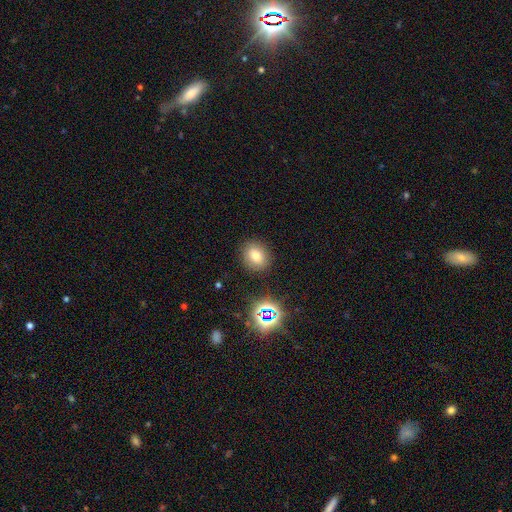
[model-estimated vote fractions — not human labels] Q: Smooth or featured?
A: smooth (72%); runner-up: star or artifact (17%)
Q: How rounded?
A: round (60%); runner-up: in between (39%)
Q: Merging?
A: none (86%); runner-up: minor disturbance (9%)